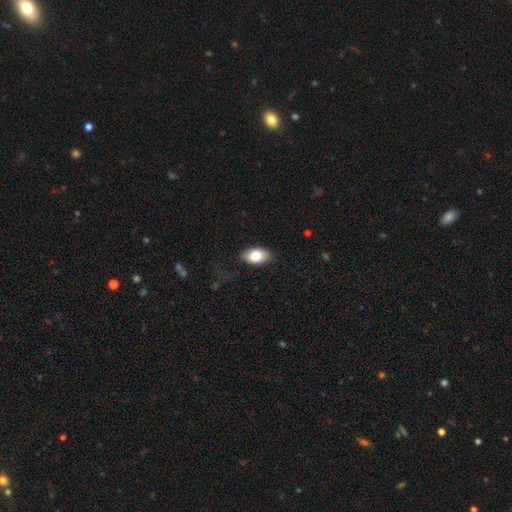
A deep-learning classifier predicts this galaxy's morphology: smooth_or_featured: smooth (p=0.77) [alt: featured or disk p=0.16]
how_rounded: in between (p=0.91) [alt: round p=0.07]
merging: none (p=0.78) [alt: minor disturbance p=0.16]